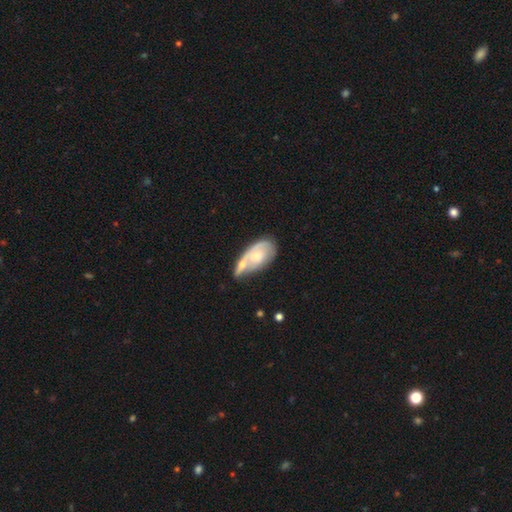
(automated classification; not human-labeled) Smooth or featured? smooth (48%)
Merging? merger (42%)